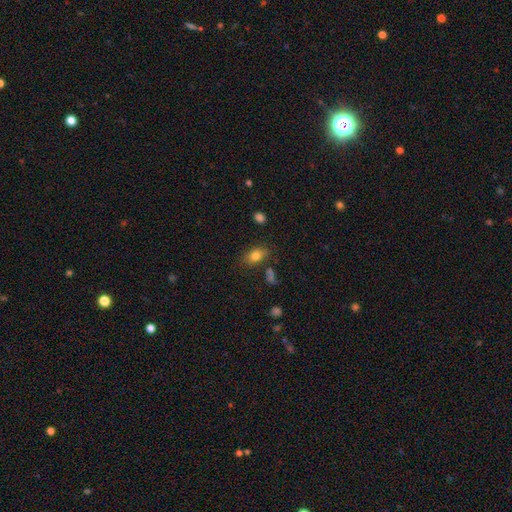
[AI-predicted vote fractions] A smooth galaxy with no disk features (79%) that is in between round and cigar-shaped (81%).

Vote fractions:
- Smooth or featured? smooth: 79% / featured or disk: 11% / star or artifact: 10%
- How rounded? in between: 81% / round: 16% / cigar-shaped: 3%
- Merging? none: 79% / minor disturbance: 14% / merger: 4% / major disturbance: 4%